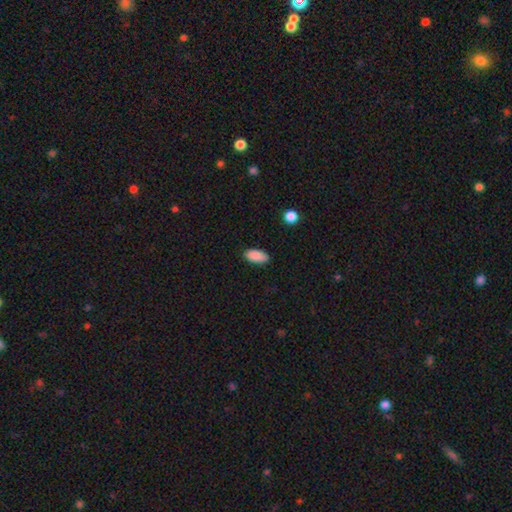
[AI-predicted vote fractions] smooth 89%, star or artifact 7%, featured or disk 4%. Down the decision tree: how rounded — in between (92%); merging — none (86%).